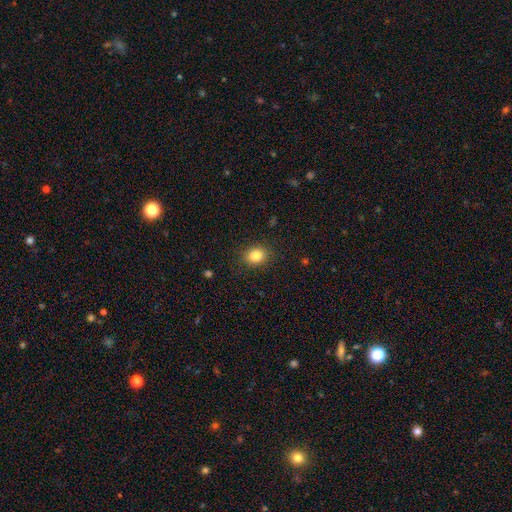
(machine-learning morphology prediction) type=smooth (84%); roundness=round (52%); merging=none (87%).